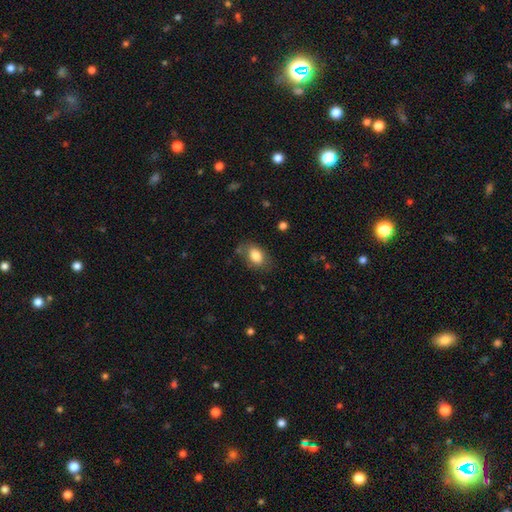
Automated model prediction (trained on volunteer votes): A smooth galaxy with no disk features (82%) that is in between round and cigar-shaped (81%). Merging: none (71%).